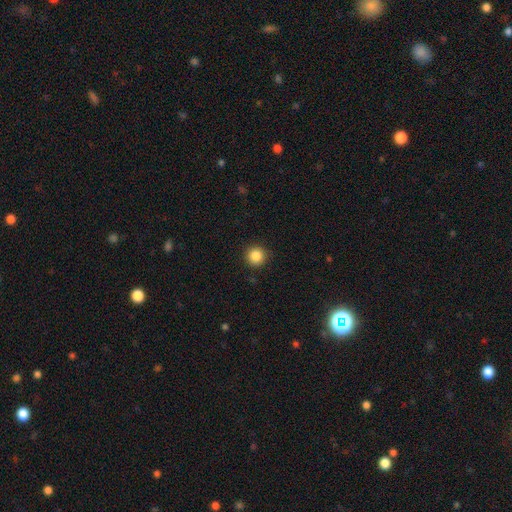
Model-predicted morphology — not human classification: This is clearly a smooth galaxy (86%). How rounded: clearly round (95%). Merging: clearly none (91%).